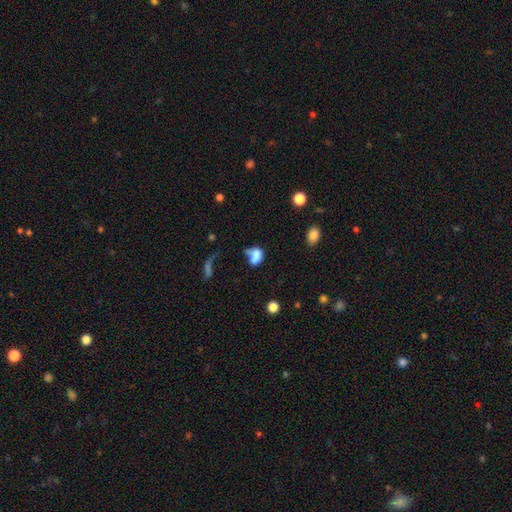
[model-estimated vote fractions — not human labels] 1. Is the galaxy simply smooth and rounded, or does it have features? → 73% smooth, 16% featured or disk, 11% star or artifact.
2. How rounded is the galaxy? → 76% in between, 22% round, 2% cigar-shaped.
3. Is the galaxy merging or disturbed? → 31% merger, 26% none, 24% major disturbance, 19% minor disturbance.